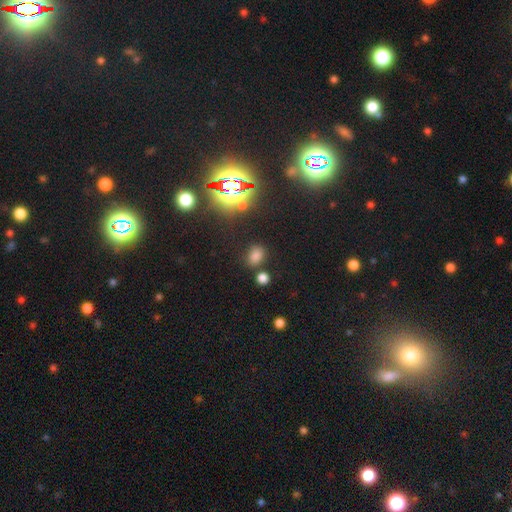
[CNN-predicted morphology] type=smooth (69%); roundness=in between (66%); merging=none (76%).